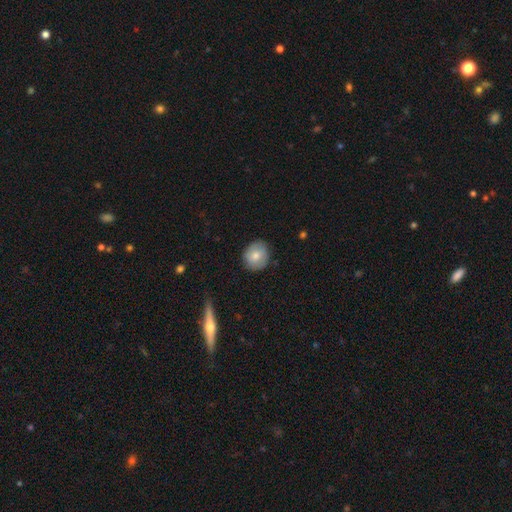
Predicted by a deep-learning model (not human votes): Smooth or featured? Predicted: smooth (p=0.75). How rounded? Predicted: round (p=0.79). Merging? Predicted: none (p=0.84).